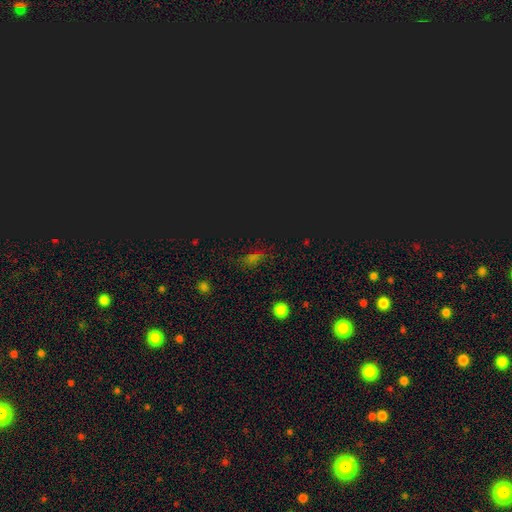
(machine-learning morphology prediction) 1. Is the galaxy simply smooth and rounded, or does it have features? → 48% star or artifact, 42% smooth, 10% featured or disk.